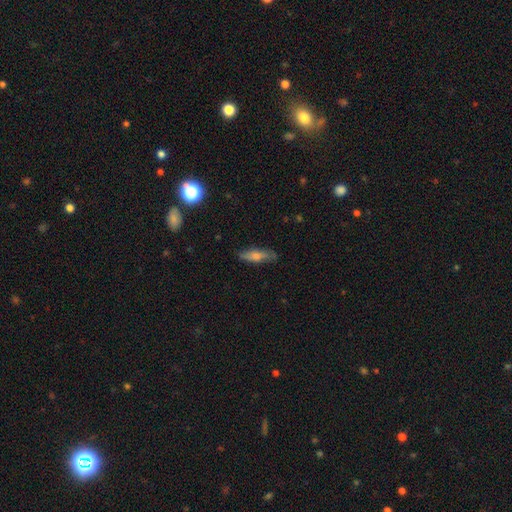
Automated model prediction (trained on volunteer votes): smooth-or-featured: smooth: 52% | featured or disk: 40% | star or artifact: 8%
  how-rounded: cigar-shaped: 63% | in between: 34% | round: 3%
  merging: none: 82% | minor disturbance: 14% | major disturbance: 3% | merger: 1%